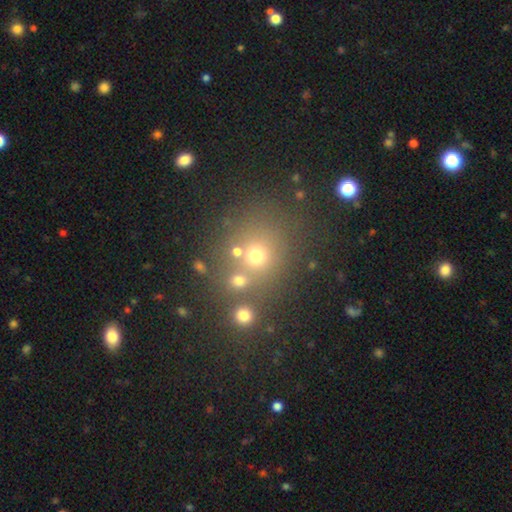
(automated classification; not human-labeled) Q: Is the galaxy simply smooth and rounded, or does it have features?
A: smooth — 61%.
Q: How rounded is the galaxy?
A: round — 78%.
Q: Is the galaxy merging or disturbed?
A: none — 65%.